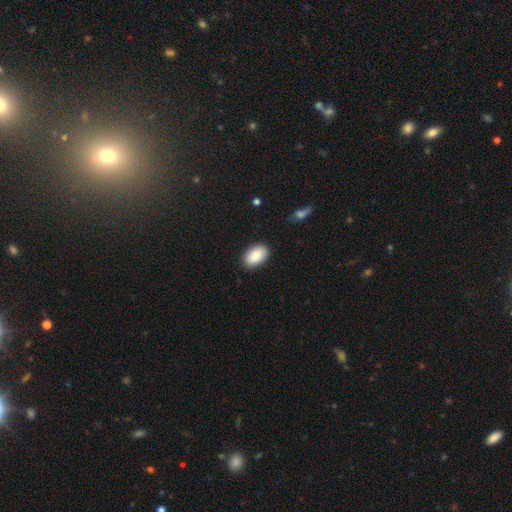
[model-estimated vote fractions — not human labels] This appears to be a smooth galaxy with no disk features (89%) that is in between round and cigar-shaped (93%). Merging: none (88%).